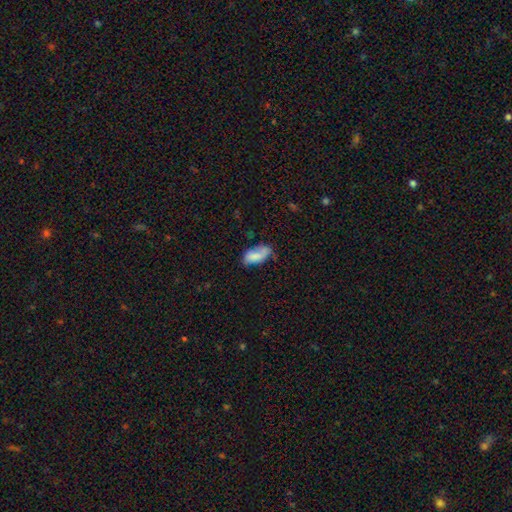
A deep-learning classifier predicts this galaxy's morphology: Overall: smooth (75%). How rounded: in between (91%). Merging: none (43%; minor disturbance 36%).